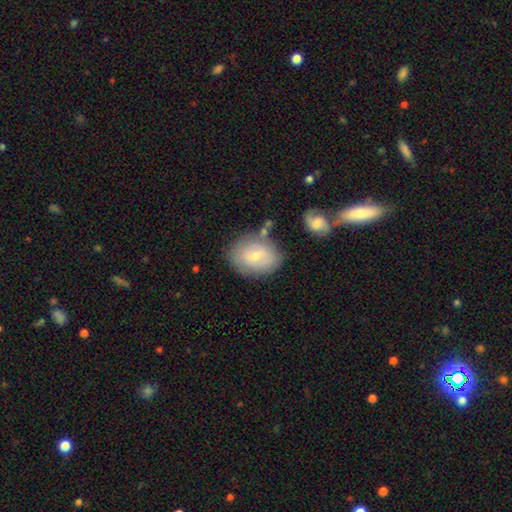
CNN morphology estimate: Overall: smooth (63%; featured or disk 29%). How rounded: in between (65%; round 34%). Merging: none (70%).